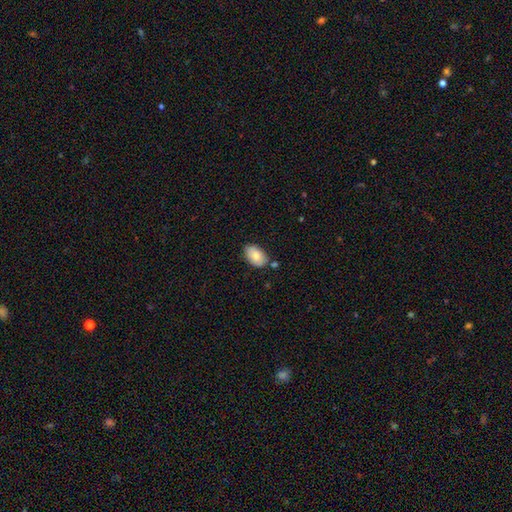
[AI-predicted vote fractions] The model was most divided on "merging": none: 76%, minor disturbance: 15%, merger: 6%, major disturbance: 3%. More confident: how rounded — in between (91%); smooth or featured — smooth (79%).